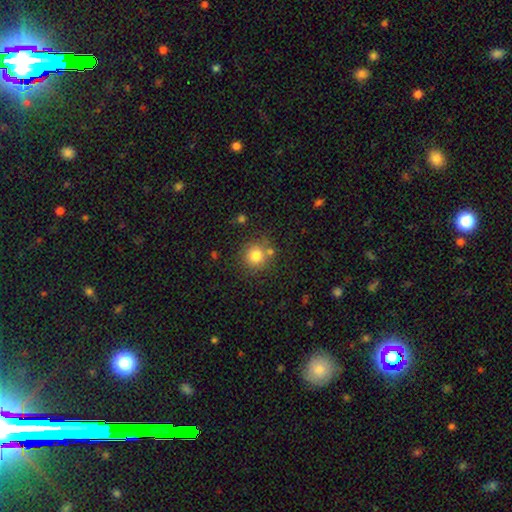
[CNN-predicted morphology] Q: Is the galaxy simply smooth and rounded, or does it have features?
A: smooth — 80%.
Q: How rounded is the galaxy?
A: round — 91%.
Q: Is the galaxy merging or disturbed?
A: none — 73%.